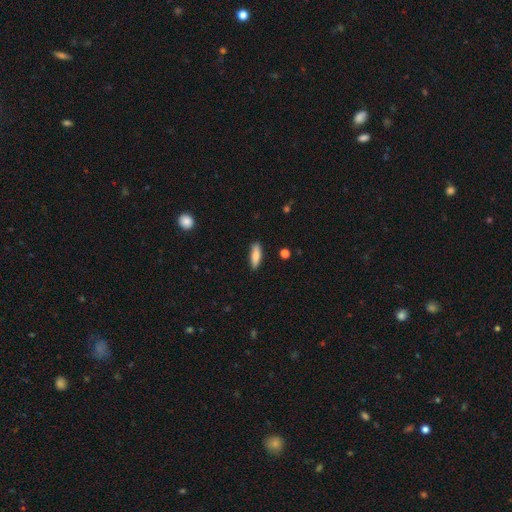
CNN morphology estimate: Smooth or featured: smooth — 80% (featured or disk — 14%)
How rounded: cigar-shaped — 54% (in between — 44%)
Merging: none — 85% (minor disturbance — 11%)